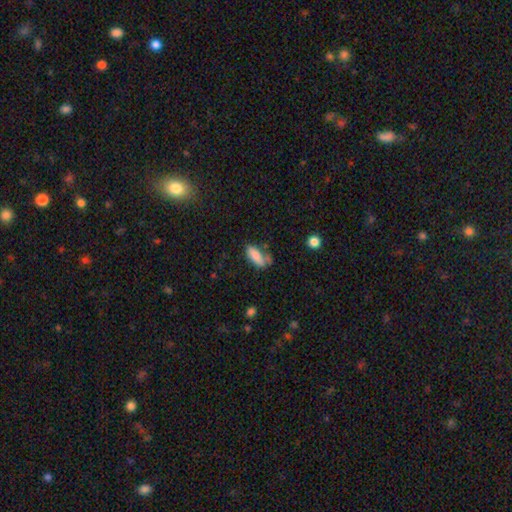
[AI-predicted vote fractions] Morphology: type=smooth (83%); roundness=in between (74%); merging=none (53%).